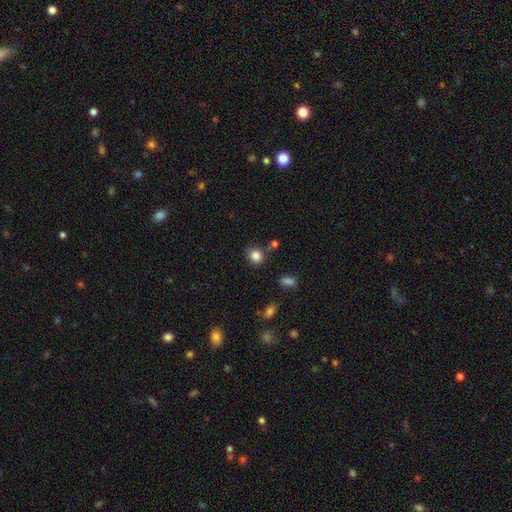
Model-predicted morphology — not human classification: Smooth or featured?
  - smooth: 84% *
  - star or artifact: 11%
  - featured or disk: 5%
How rounded?
  - round: 79% *
  - in between: 20%
  - cigar-shaped: 1%
Merging?
  - none: 77% *
  - minor disturbance: 13%
  - merger: 7%
  - major disturbance: 3%